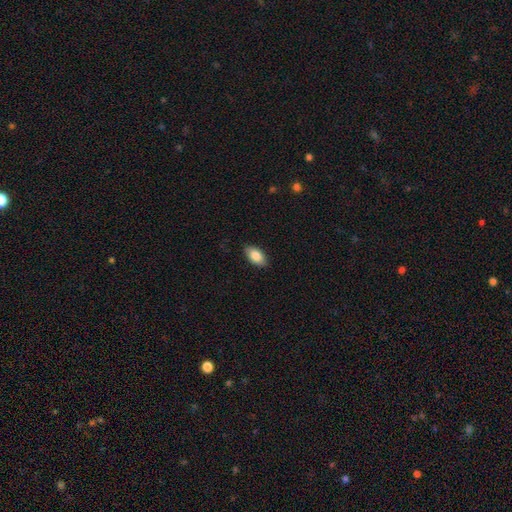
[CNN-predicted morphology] Smooth or featured?
  - smooth: 86% *
  - featured or disk: 8%
  - star or artifact: 7%
How rounded?
  - in between: 93% *
  - round: 4%
  - cigar-shaped: 3%
Merging?
  - none: 87% *
  - minor disturbance: 10%
  - major disturbance: 2%
  - merger: 1%